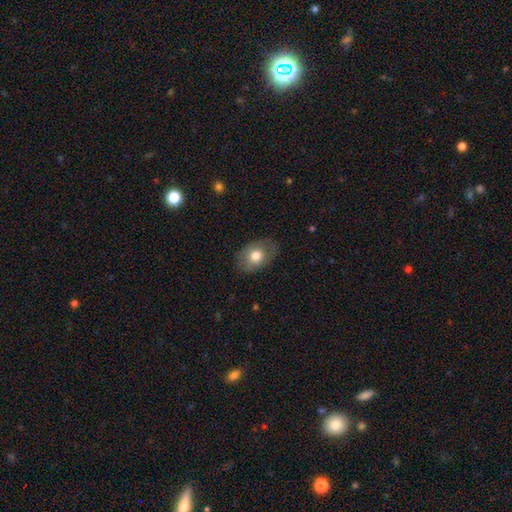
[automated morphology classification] This is likely a smooth galaxy (71%). How rounded: clearly in between (81%). Merging: likely none (79%).